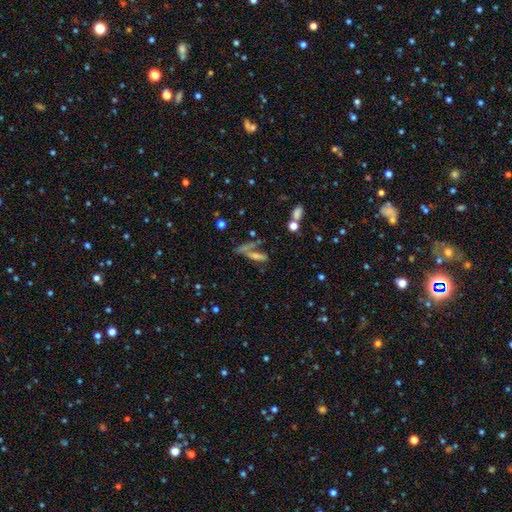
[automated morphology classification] Smooth or featured? smooth (45%)
Merging? none (40%)